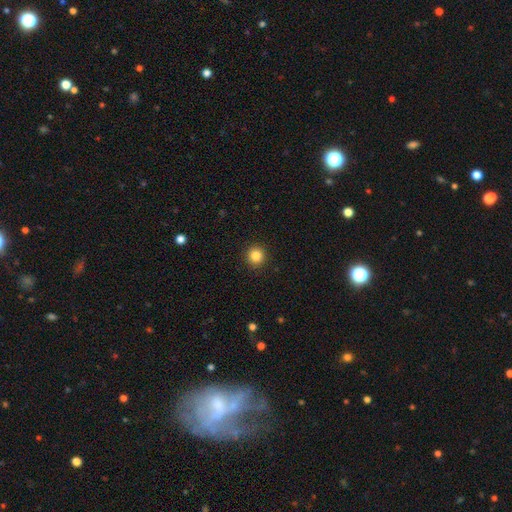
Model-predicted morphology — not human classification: smooth-or-featured: smooth: 85% | star or artifact: 11% | featured or disk: 4%
  how-rounded: round: 94% | in between: 5% | cigar-shaped: 1%
  merging: none: 92% | minor disturbance: 5% | major disturbance: 2% | merger: 1%